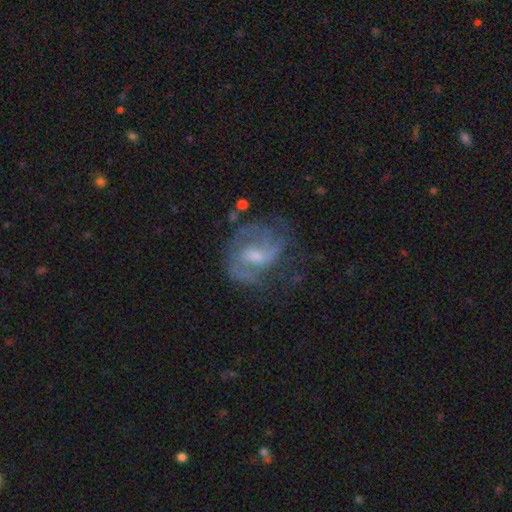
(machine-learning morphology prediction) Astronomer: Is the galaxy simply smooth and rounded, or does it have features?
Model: featured or disk — 77%.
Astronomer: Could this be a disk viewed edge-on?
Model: no — 97%.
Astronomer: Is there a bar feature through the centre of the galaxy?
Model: weak — 51% (runner-up: no, 37%).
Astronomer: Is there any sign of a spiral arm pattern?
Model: yes — 85%.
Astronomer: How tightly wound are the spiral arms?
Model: medium — 49% (runner-up: tight, 28%).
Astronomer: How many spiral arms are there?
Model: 2 — 55%.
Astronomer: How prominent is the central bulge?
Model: moderate — 45% (runner-up: small, 42%).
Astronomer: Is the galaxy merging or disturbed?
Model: none — 53%.